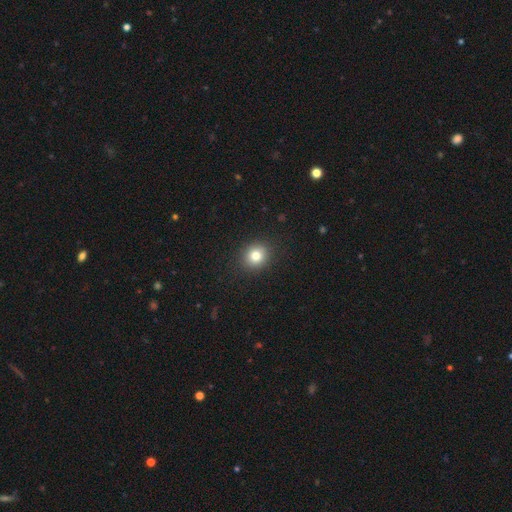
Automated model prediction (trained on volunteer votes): The model was most divided on "how rounded": round: 77%, in between: 22%, cigar-shaped: 1%. More confident: merging — none (90%); smooth or featured — smooth (80%).